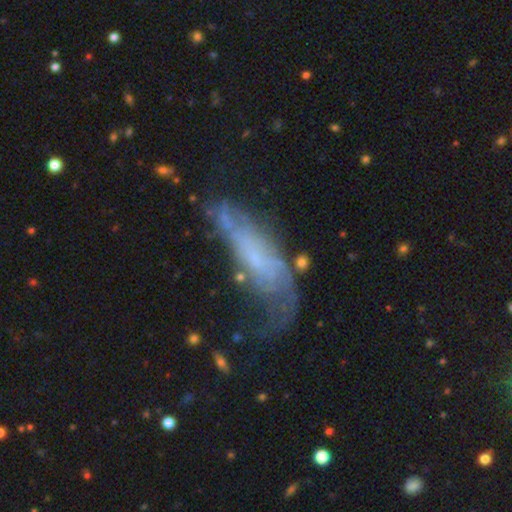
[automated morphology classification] This appears to be a featured or disk galaxy (58%). Merging: major disturbance (35%).